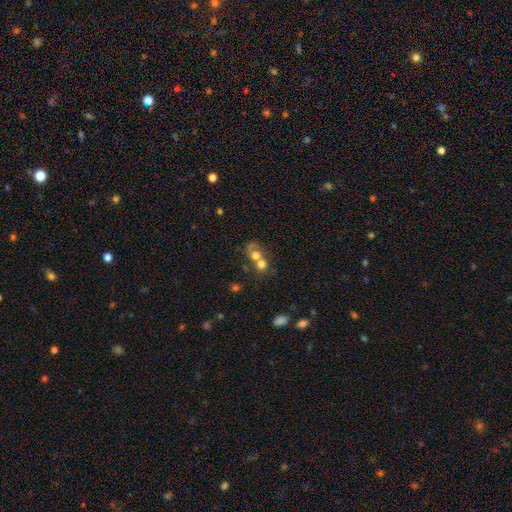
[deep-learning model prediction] Smooth or featured: smooth — 65% (featured or disk — 23%)
How rounded: round — 69% (in between — 29%)
Merging: merger — 67% (none — 21%)